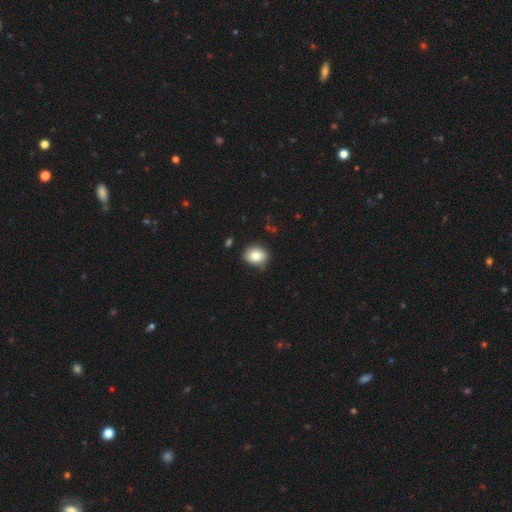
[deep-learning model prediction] A smooth galaxy with no disk features (81%) that is round (59%). Merging: none (81%).